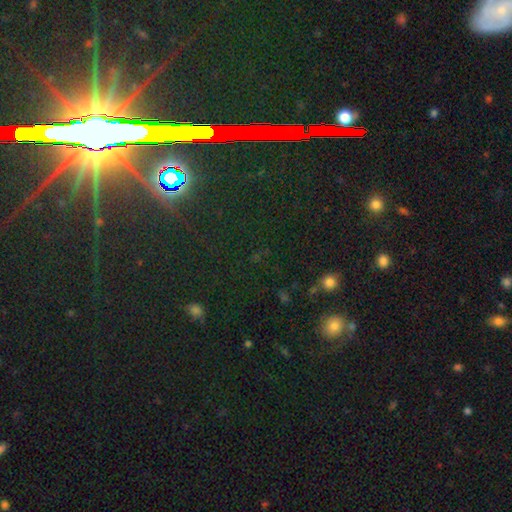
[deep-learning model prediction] smooth_or_featured: star or artifact (p=0.80) [alt: featured or disk p=0.10]